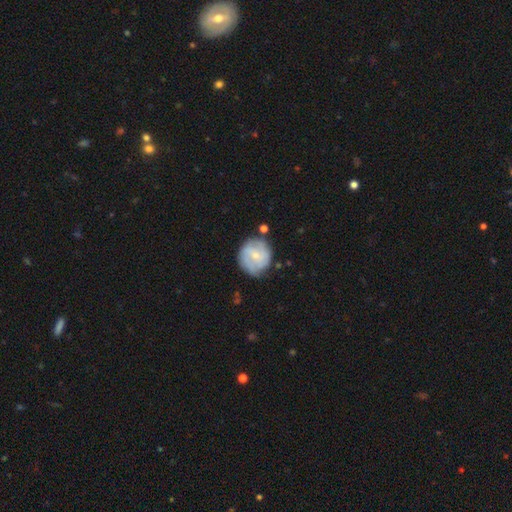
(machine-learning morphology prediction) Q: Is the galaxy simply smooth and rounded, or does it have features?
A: featured or disk — 60%.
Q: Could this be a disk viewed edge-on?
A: no — 97%.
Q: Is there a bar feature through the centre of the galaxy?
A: no — 50%.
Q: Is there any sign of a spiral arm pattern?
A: yes — 78%.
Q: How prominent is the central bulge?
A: small — 69%.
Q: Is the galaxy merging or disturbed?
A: none — 67%.